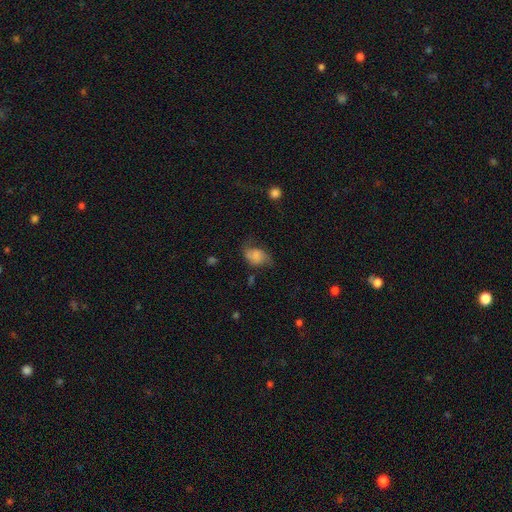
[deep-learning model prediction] Q: Smooth or featured?
A: smooth (62%); runner-up: featured or disk (28%)
Q: How rounded?
A: in between (75%); runner-up: round (24%)
Q: Merging?
A: none (43%); runner-up: minor disturbance (32%)